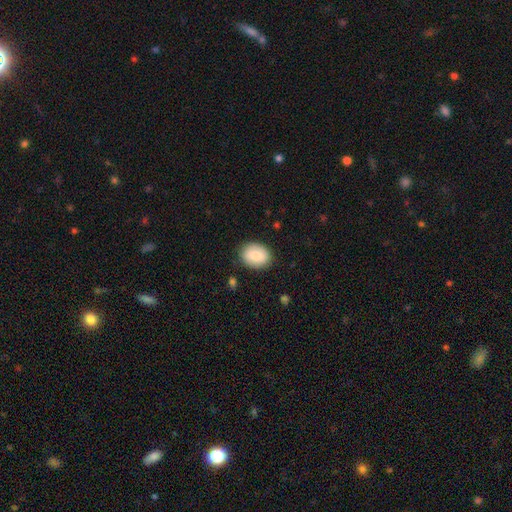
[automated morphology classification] A smooth galaxy with no disk features (79%) that is in between round and cigar-shaped (62%).

Vote fractions:
- Smooth or featured? smooth: 79% / featured or disk: 14% / star or artifact: 6%
- How rounded? in between: 62% / round: 37% / cigar-shaped: 1%
- Merging? none: 85% / minor disturbance: 11% / major disturbance: 3% / merger: 1%